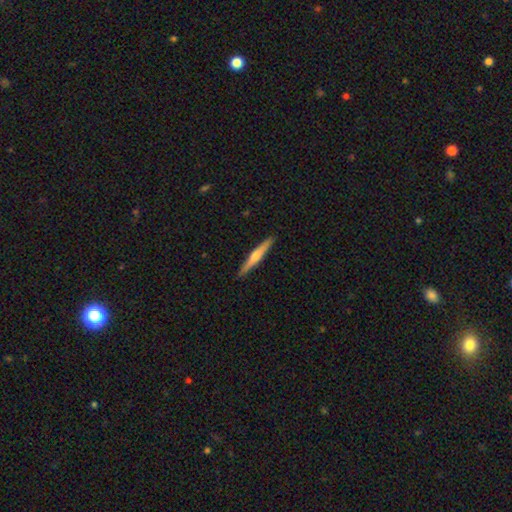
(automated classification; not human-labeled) This is possibly a featured or disk galaxy (57%). It is clearly viewed edge-on (98%). Edge-on bulge: clearly rounded (80%). Merging: clearly none (92%).